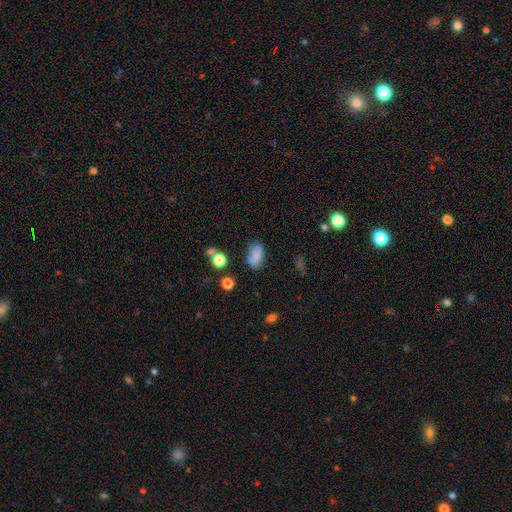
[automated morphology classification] type=smooth (81%); roundness=in between (90%); merging=none (65%).